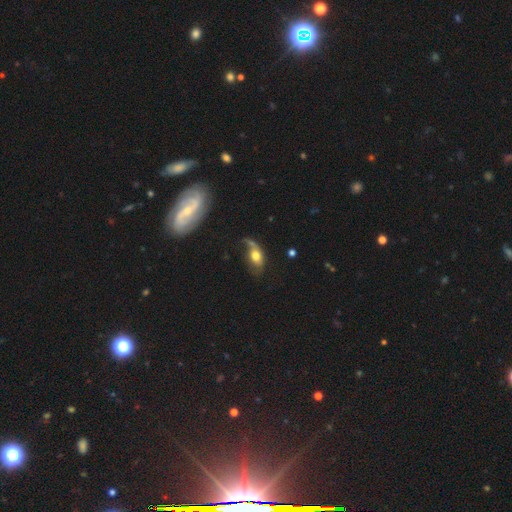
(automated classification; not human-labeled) smooth_or_featured: smooth (p=0.55) [alt: featured or disk p=0.37]
how_rounded: in between (p=0.82) [alt: round p=0.14]
merging: major disturbance (p=0.37) [alt: none p=0.29]